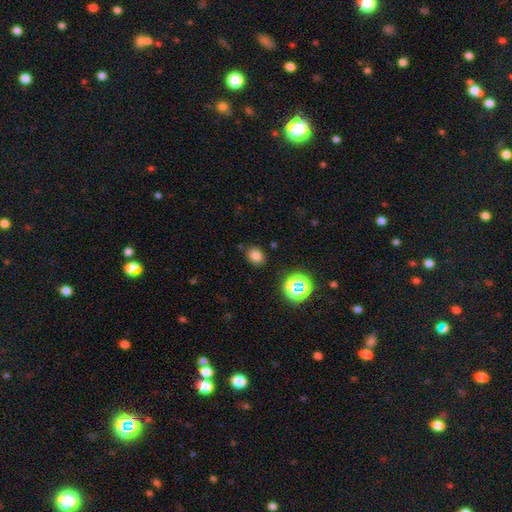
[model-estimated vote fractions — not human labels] smooth_or_featured: smooth (p=0.75) [alt: star or artifact p=0.18]
how_rounded: in between (p=0.52) [alt: round p=0.47]
merging: none (p=0.84) [alt: minor disturbance p=0.10]